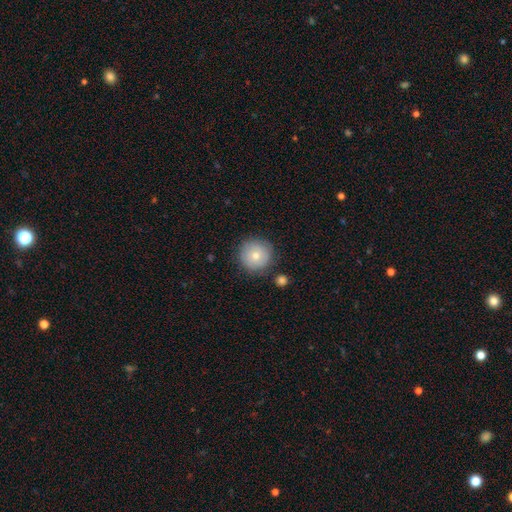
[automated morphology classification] Q: Smooth or featured?
A: smooth (75%); runner-up: featured or disk (17%)
Q: How rounded?
A: round (95%); runner-up: in between (4%)
Q: Merging?
A: none (83%); runner-up: minor disturbance (11%)